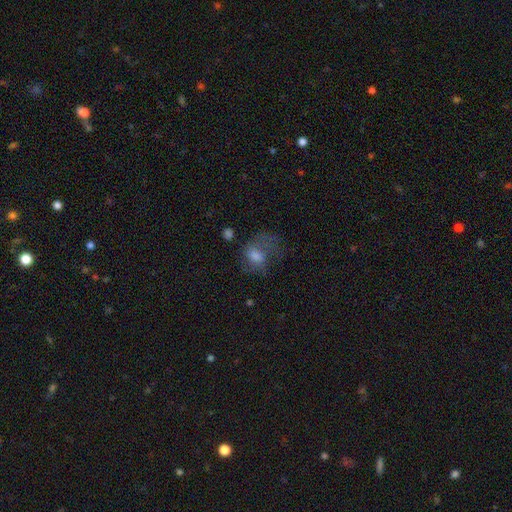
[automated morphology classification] type=smooth (49%); merging=major disturbance (41%).